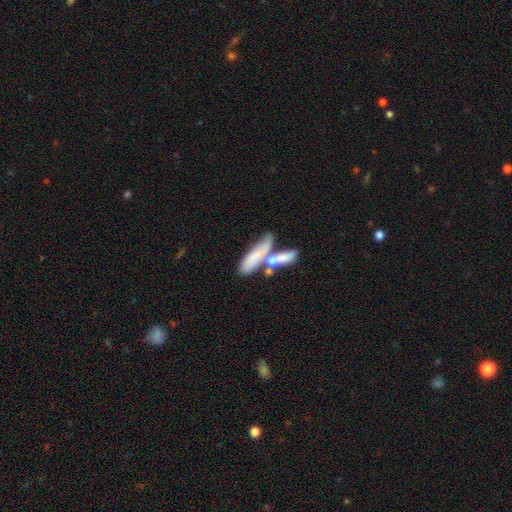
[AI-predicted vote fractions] smooth-or-featured: smooth: 65% | featured or disk: 28% | star or artifact: 8%
  how-rounded: cigar-shaped: 58% | in between: 38% | round: 3%
  merging: merger: 48% | none: 31% | minor disturbance: 13% | major disturbance: 8%